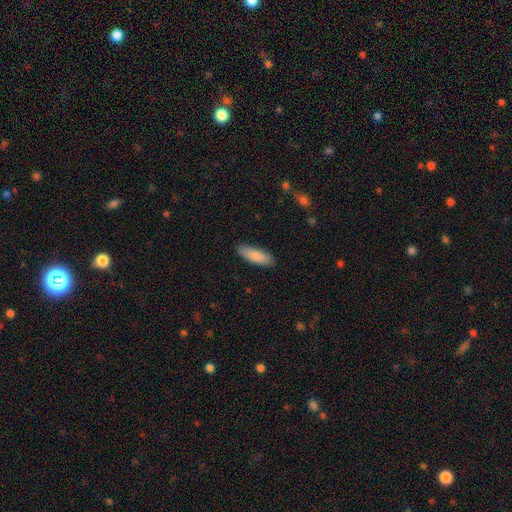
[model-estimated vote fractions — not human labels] smooth 87%, featured or disk 8%, star or artifact 5%. Down the decision tree: how rounded — in between (59%); merging — none (88%).